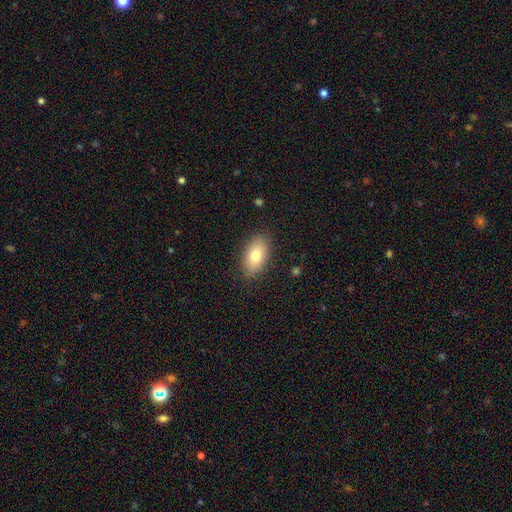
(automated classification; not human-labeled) This is likely a smooth galaxy (77%). How rounded: clearly in between (91%). Merging: clearly none (86%).